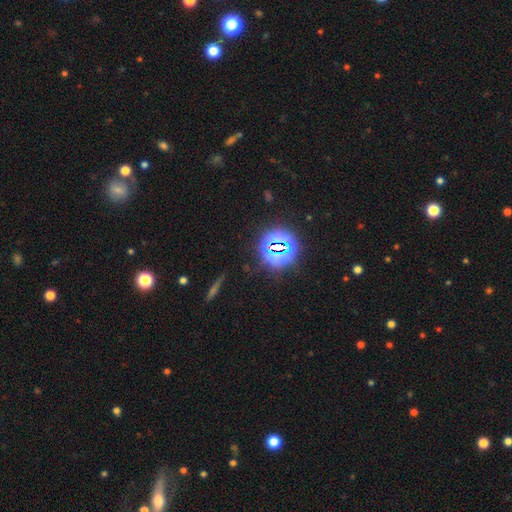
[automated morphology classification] Overall: star or artifact (79%).